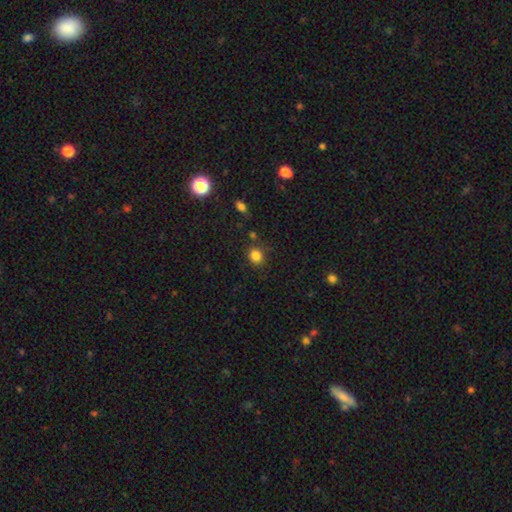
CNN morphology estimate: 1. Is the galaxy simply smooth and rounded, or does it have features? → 83% smooth, 12% star or artifact, 5% featured or disk.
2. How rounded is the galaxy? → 81% round, 18% in between, 1% cigar-shaped.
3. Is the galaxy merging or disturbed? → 81% none, 11% minor disturbance, 4% merger, 3% major disturbance.